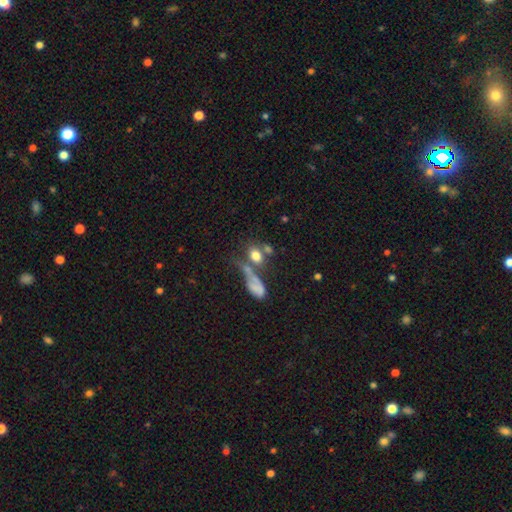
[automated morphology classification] Smooth or featured? Predicted: smooth (p=0.73). How rounded? Predicted: in between (p=0.58). Merging? Predicted: merger (p=0.41).